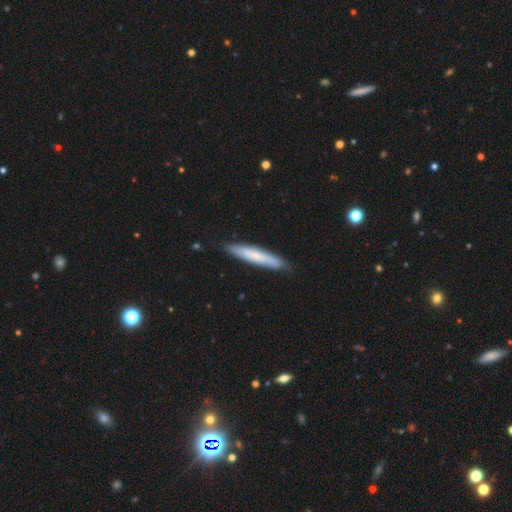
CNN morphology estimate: A smooth galaxy with no disk features (65%) that is cigar-shaped (91%).

Vote fractions:
- Smooth or featured? smooth: 65% / featured or disk: 29% / star or artifact: 6%
- How rounded? cigar-shaped: 91% / in between: 8% / round: 1%
- Merging? none: 85% / minor disturbance: 12% / major disturbance: 2% / merger: 1%